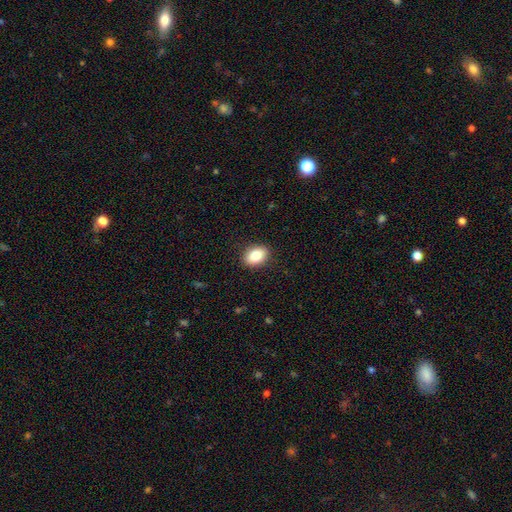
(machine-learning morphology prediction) smooth 86%, star or artifact 8%, featured or disk 7%. Down the decision tree: how rounded — in between (82%); merging — none (89%).